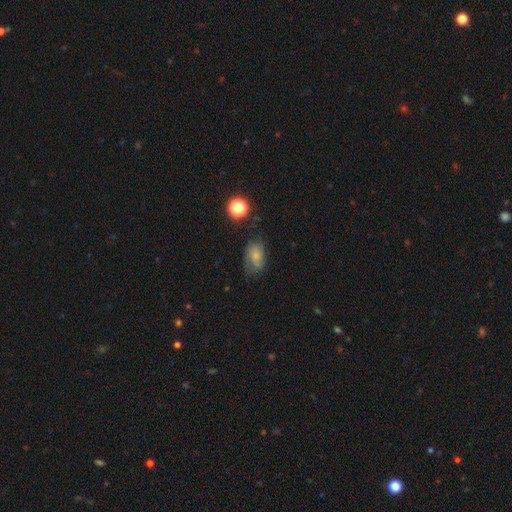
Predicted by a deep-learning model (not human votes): Smooth or featured? smooth (54%)
How rounded? in between (81%)
Merging? none (46%)